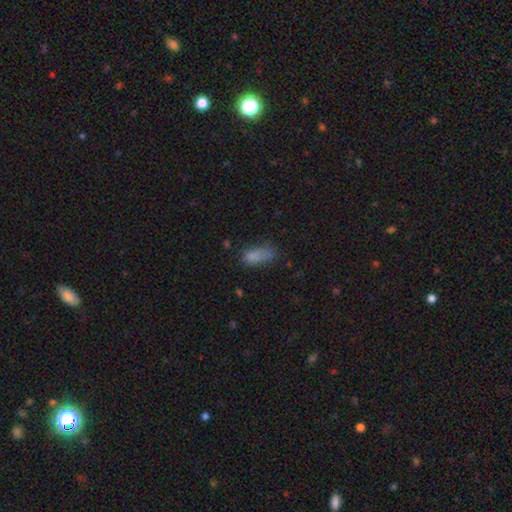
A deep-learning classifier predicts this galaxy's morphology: smooth-or-featured: smooth: 78% | star or artifact: 12% | featured or disk: 10%
  how-rounded: in between: 79% | cigar-shaped: 18% | round: 4%
  merging: none: 44% | minor disturbance: 31% | major disturbance: 19% | merger: 6%